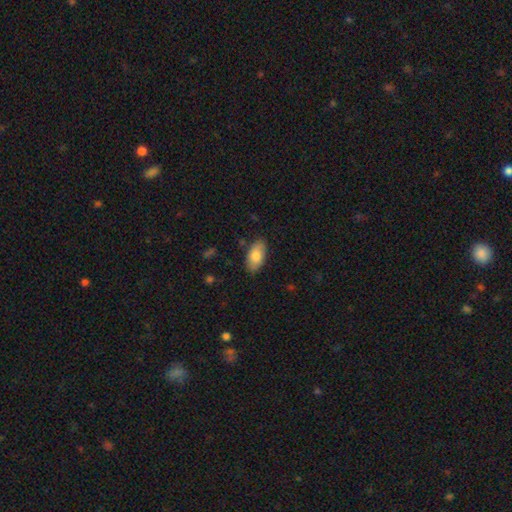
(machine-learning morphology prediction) Smooth or featured? smooth (82%)
How rounded? in between (93%)
Merging? none (84%)